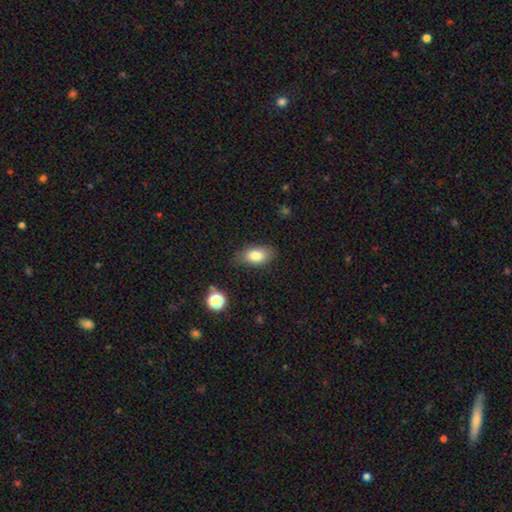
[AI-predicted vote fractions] Smooth or featured?
  - smooth: 81% *
  - featured or disk: 11%
  - star or artifact: 9%
How rounded?
  - in between: 89% *
  - round: 9%
  - cigar-shaped: 3%
Merging?
  - none: 77% *
  - minor disturbance: 17%
  - major disturbance: 4%
  - merger: 2%